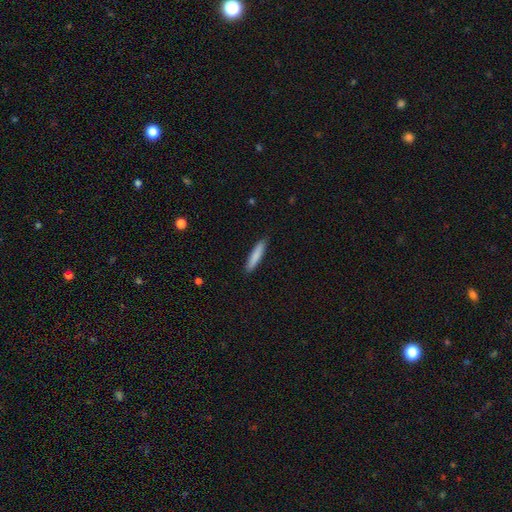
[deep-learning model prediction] smooth 83%, featured or disk 11%, star or artifact 6%. Down the decision tree: how rounded — cigar-shaped (89%); merging — none (89%).